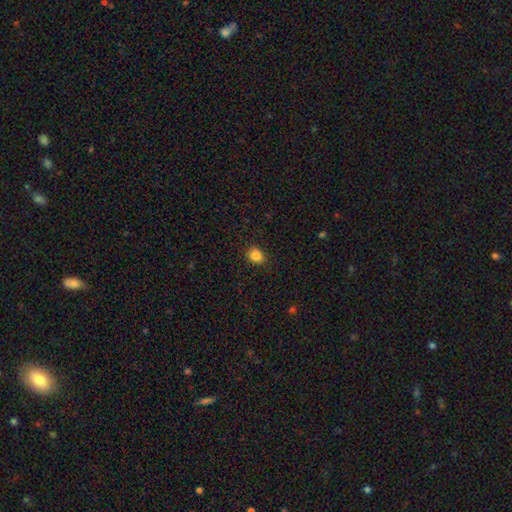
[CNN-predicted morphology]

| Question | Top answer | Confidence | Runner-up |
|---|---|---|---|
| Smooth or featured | smooth | 85% | star or artifact (10%) |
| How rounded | round | 51% | in between (48%) |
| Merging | none | 87% | minor disturbance (10%) |